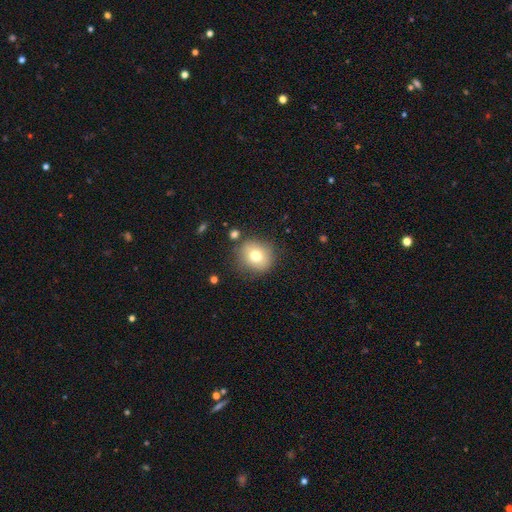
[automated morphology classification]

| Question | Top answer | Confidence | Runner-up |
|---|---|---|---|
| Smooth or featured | smooth | 73% | featured or disk (15%) |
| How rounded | round | 80% | in between (19%) |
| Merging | none | 80% | minor disturbance (12%) |